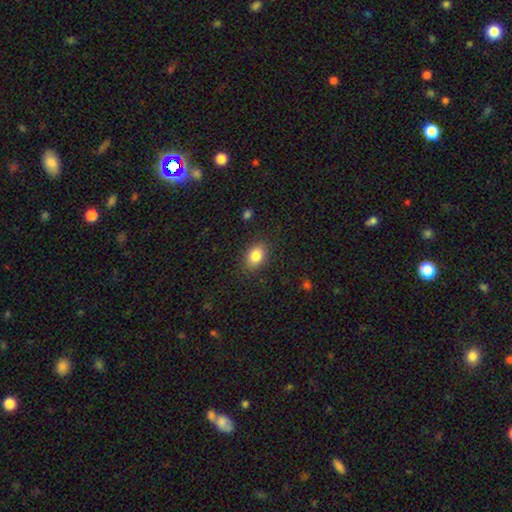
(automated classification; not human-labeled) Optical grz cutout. It shows a smooth galaxy with no disk features (84%) that is in between round and cigar-shaped (81%). Merging: none (86%).